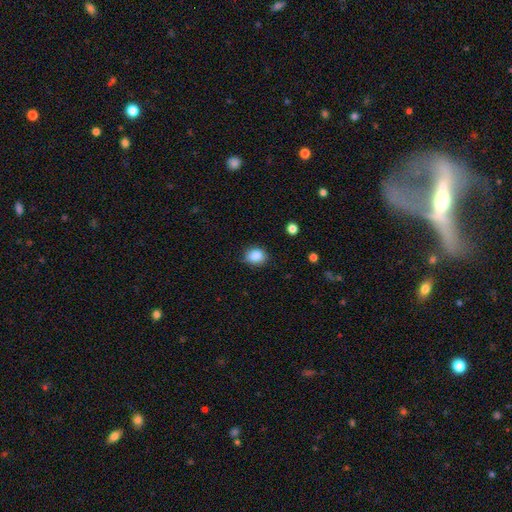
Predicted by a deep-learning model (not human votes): Q: Smooth or featured?
A: smooth (87%); runner-up: star or artifact (9%)
Q: How rounded?
A: round (52%); runner-up: in between (47%)
Q: Merging?
A: none (78%); runner-up: minor disturbance (17%)